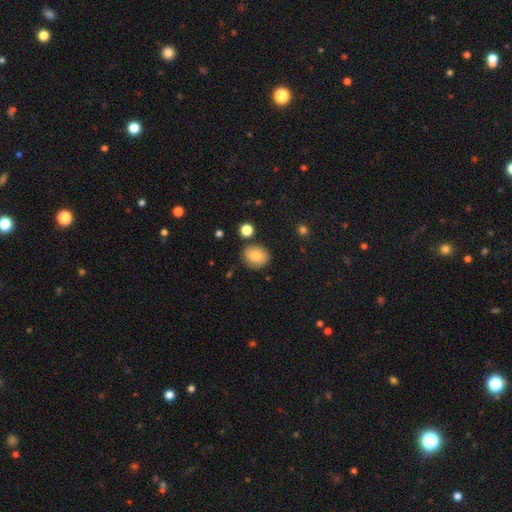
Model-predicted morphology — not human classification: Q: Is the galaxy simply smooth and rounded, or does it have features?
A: smooth — 82%.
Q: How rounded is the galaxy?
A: round — 66%.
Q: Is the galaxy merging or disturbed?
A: none — 79%.